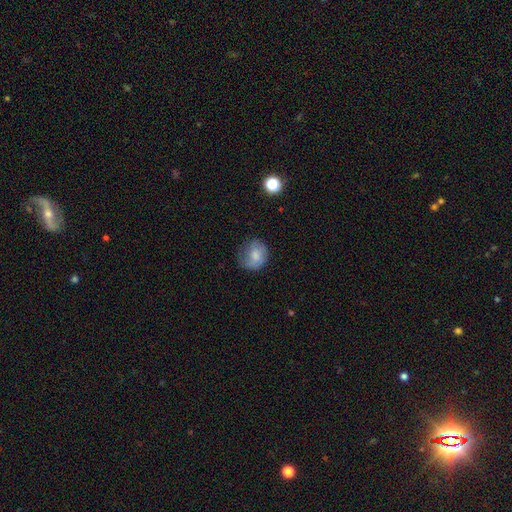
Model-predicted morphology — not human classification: This is likely a smooth galaxy (67%). How rounded: likely round (74%). Merging: possibly none (60%).